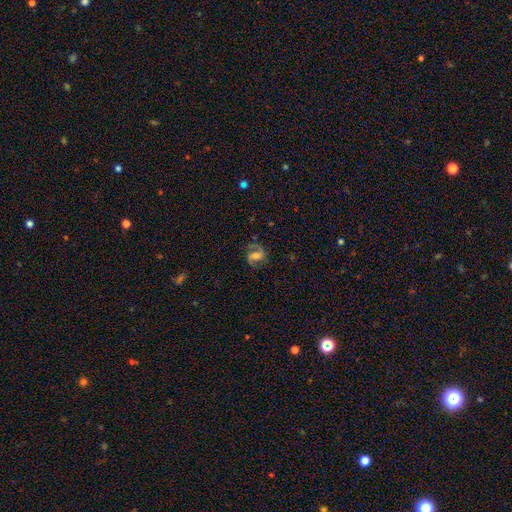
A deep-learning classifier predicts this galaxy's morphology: This is clearly a featured or disk galaxy (81%). It is clearly not viewed edge-on (97%). Bar: possibly weak (45%). Spiral arm pattern: clearly yes (95%). Spiral arm count: clearly 2 (90%). Spiral winding: possibly medium (55%). Central bulge: possibly moderate (48%). Merging: likely none (75%).